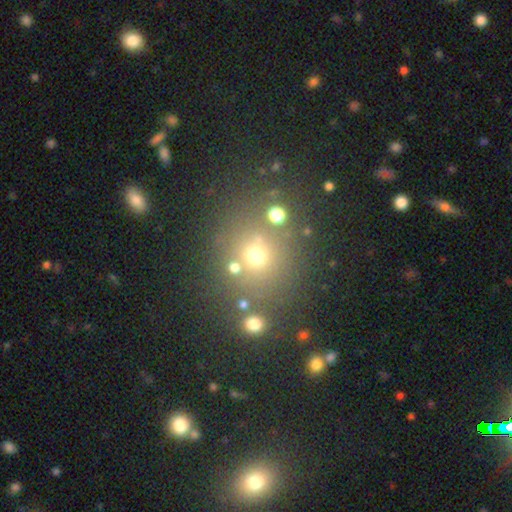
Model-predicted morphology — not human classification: A smooth galaxy with no disk features (61%) that is round (87%).

Vote fractions:
- Smooth or featured? smooth: 61% / star or artifact: 27% / featured or disk: 12%
- How rounded? round: 87% / in between: 12% / cigar-shaped: 1%
- Merging? none: 74% / minor disturbance: 10% / merger: 10% / major disturbance: 5%